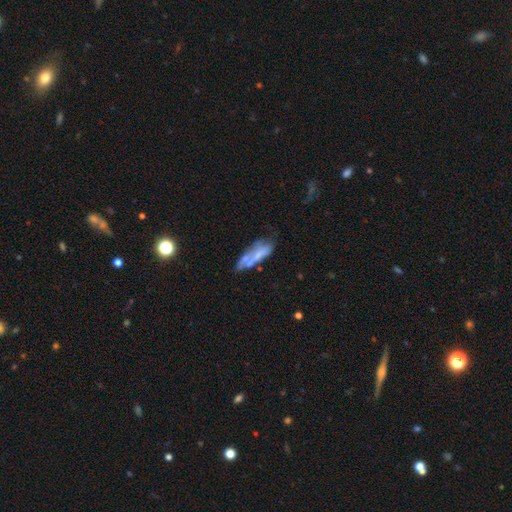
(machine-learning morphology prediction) The model was most divided on "smooth or featured": smooth: 46%, featured or disk: 44%, star or artifact: 11%. Remaining: merging — none (42%).